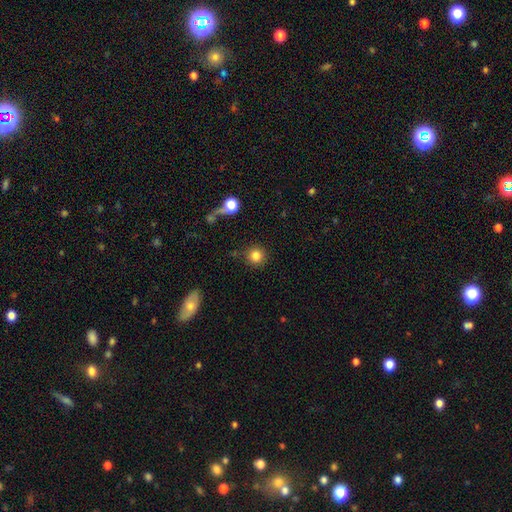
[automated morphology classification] The model was most divided on "smooth or featured": smooth: 83%, star or artifact: 11%, featured or disk: 6%. More confident: how rounded — round (94%); merging — none (86%).